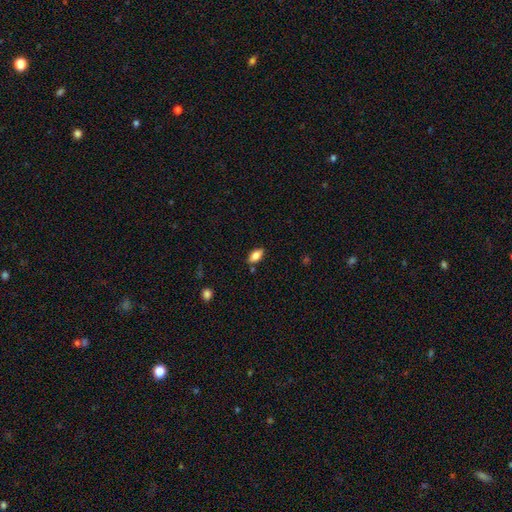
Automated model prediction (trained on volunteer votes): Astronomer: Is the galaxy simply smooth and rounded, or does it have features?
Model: smooth — 80%.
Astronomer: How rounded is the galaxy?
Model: in between — 90%.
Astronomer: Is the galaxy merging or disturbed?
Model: none — 83%.